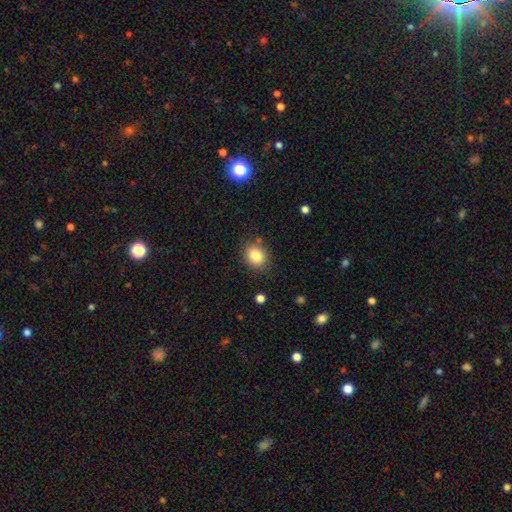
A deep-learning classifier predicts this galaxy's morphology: smooth 84%, star or artifact 10%, featured or disk 6%. Down the decision tree: how rounded — round (69%); merging — none (82%).